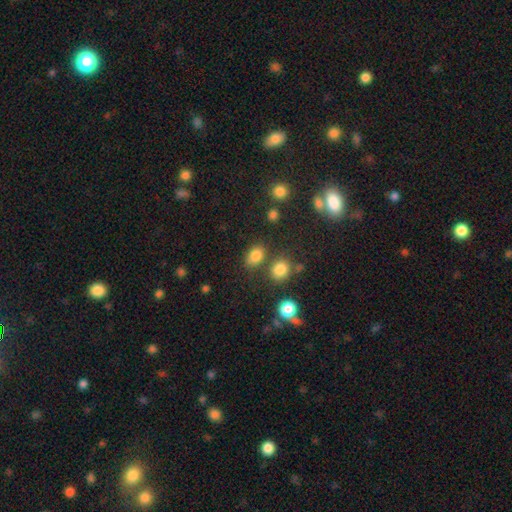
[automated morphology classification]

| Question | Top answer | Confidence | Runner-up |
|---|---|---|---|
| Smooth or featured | smooth | 80% | star or artifact (13%) |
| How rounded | in between | 70% | round (28%) |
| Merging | none | 71% | minor disturbance (12%) |